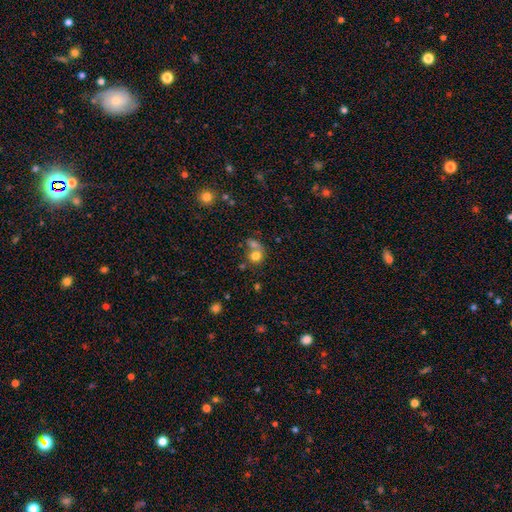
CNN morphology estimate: A smooth galaxy with no disk features (76%) that is round (75%).

Vote fractions:
- Smooth or featured? smooth: 76% / featured or disk: 13% / star or artifact: 12%
- How rounded? round: 75% / in between: 24% / cigar-shaped: 1%
- Merging? merger: 45% / none: 39% / minor disturbance: 9% / major disturbance: 6%